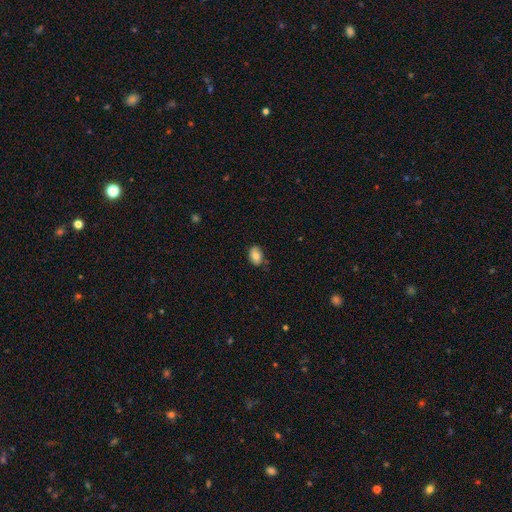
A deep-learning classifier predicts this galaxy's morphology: The model was most divided on "how rounded": in between: 77%, round: 22%, cigar-shaped: 1%. More confident: smooth or featured — smooth (79%); merging — none (78%).